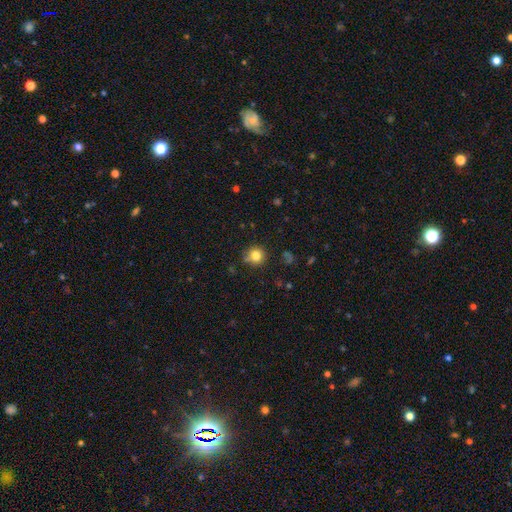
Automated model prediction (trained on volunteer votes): A smooth galaxy with no disk features (80%) that is round (91%).

Vote fractions:
- Smooth or featured? smooth: 80% / star or artifact: 13% / featured or disk: 7%
- How rounded? round: 91% / in between: 8% / cigar-shaped: 1%
- Merging? none: 77% / minor disturbance: 14% / merger: 4% / major disturbance: 4%